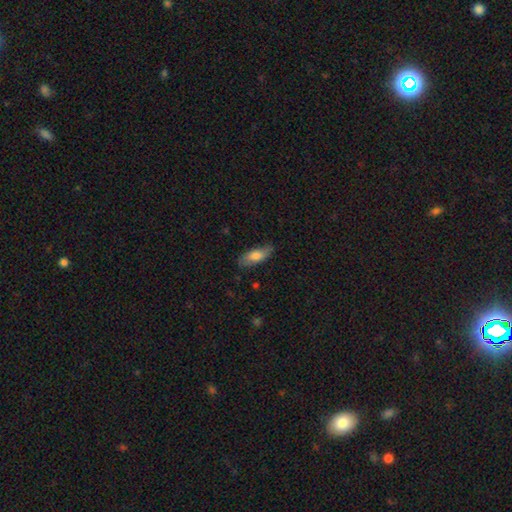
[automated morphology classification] Smooth or featured? smooth (76%)
How rounded? in between (73%)
Merging? none (78%)